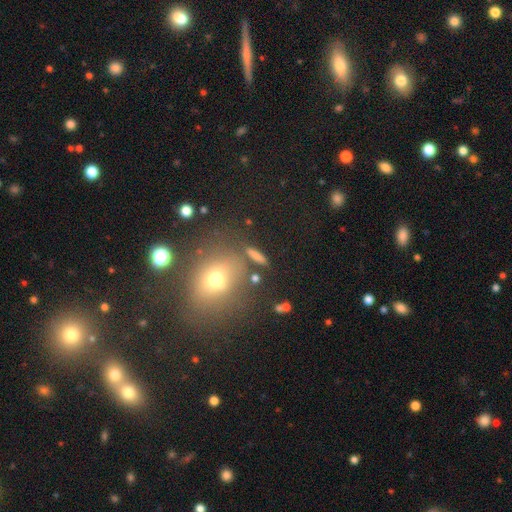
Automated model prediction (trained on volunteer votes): A smooth galaxy with no disk features (61%) that is cigar-shaped (44%).

Vote fractions:
- Smooth or featured? smooth: 61% / star or artifact: 20% / featured or disk: 19%
- How rounded? cigar-shaped: 44% / in between: 33% / round: 22%
- Merging? none: 75% / minor disturbance: 11% / merger: 9% / major disturbance: 5%